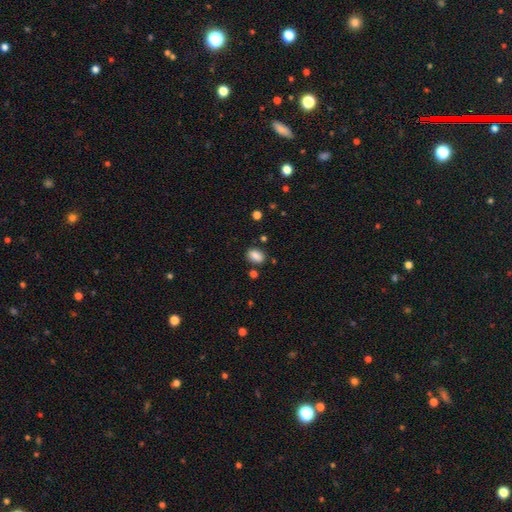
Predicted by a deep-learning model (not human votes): A smooth galaxy with no disk features (85%) that is in between round and cigar-shaped (79%). Merging: none (80%).